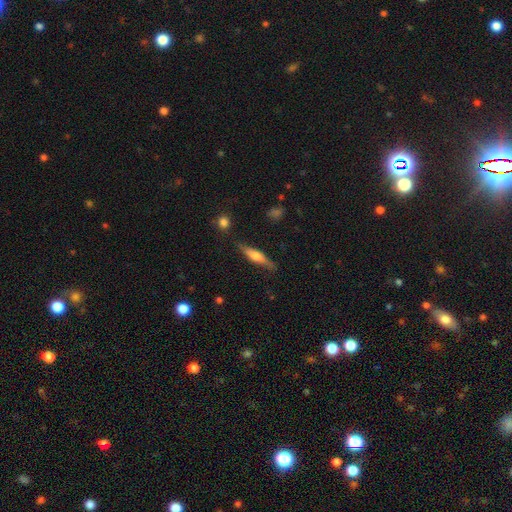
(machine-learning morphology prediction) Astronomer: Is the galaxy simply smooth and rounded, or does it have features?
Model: featured or disk — 49% (runner-up: smooth, 44%).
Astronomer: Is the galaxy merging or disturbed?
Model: none — 83%.